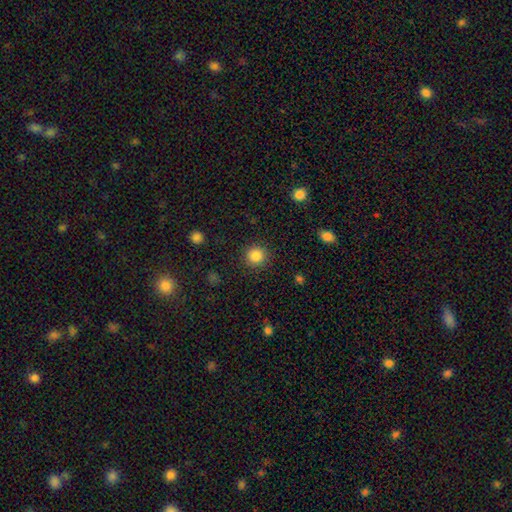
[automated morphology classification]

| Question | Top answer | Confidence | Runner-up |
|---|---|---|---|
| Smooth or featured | smooth | 86% | star or artifact (11%) |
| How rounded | round | 93% | in between (6%) |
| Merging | none | 90% | minor disturbance (6%) |